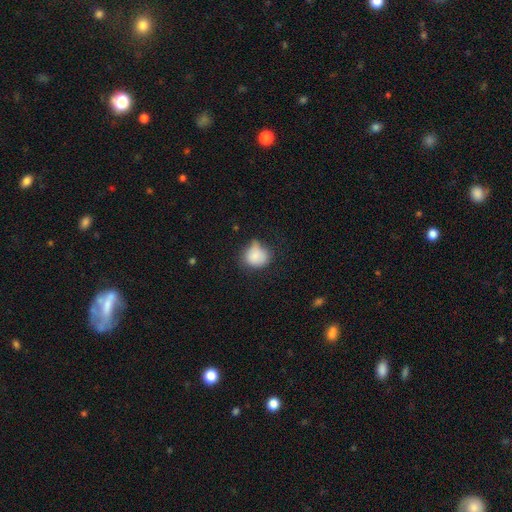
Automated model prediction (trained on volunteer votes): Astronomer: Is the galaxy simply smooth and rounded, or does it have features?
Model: smooth — 83%.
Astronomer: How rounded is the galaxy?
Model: round — 68%.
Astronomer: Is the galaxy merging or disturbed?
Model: none — 44% (runner-up: minor disturbance, 40%).